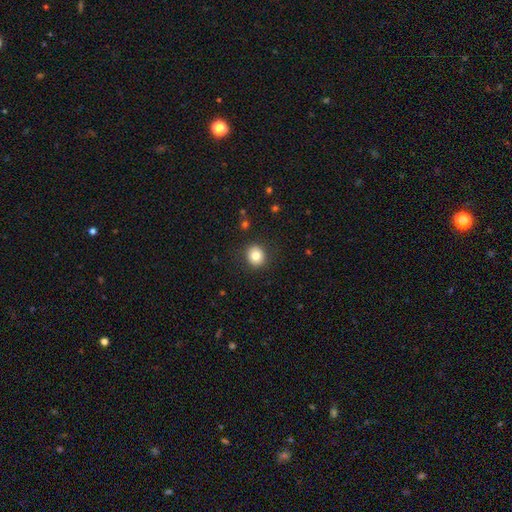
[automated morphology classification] Overall: smooth (82%). How rounded: round (77%). Merging: none (90%).